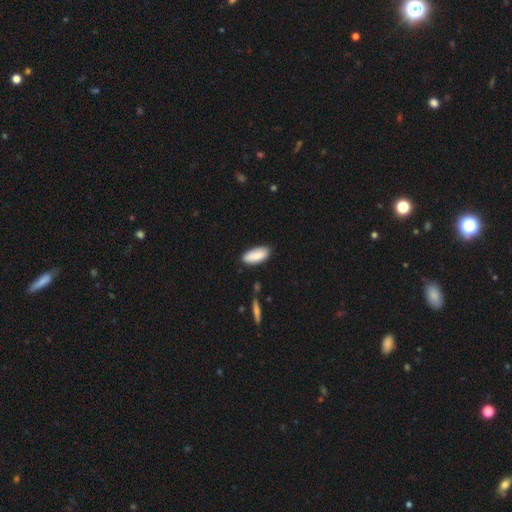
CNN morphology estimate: The model was most divided on "merging": none: 82%, minor disturbance: 13%, major disturbance: 2%, merger: 2%. More confident: smooth or featured — smooth (88%); how rounded — in between (86%).